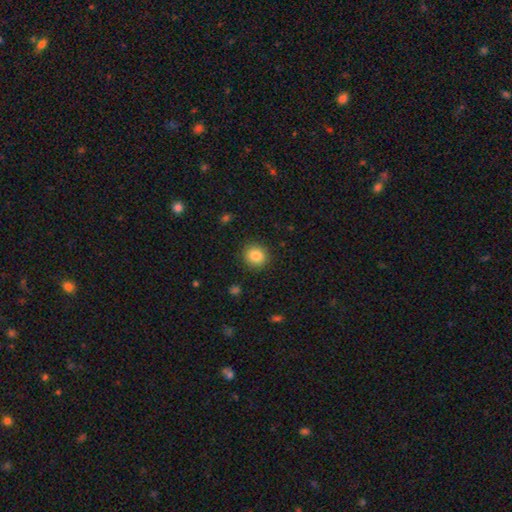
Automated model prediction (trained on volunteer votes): This is clearly a smooth galaxy (86%). How rounded: clearly round (88%). Merging: clearly none (90%).